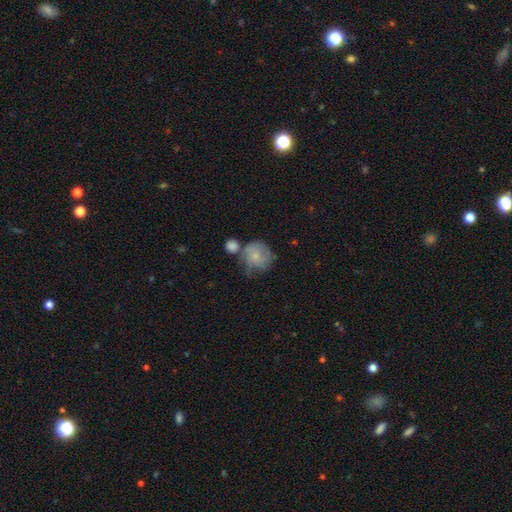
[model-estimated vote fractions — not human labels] The model was most divided on "merging": none: 41%, minor disturbance: 26%, merger: 18%, major disturbance: 16%. More confident: how rounded — round (81%); smooth or featured — smooth (57%).